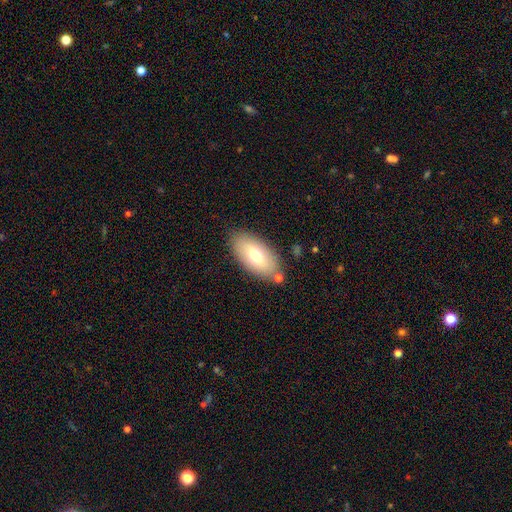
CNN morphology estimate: The model was most divided on "smooth or featured": smooth: 70%, featured or disk: 23%, star or artifact: 7%. More confident: how rounded — in between (93%); merging — none (79%).